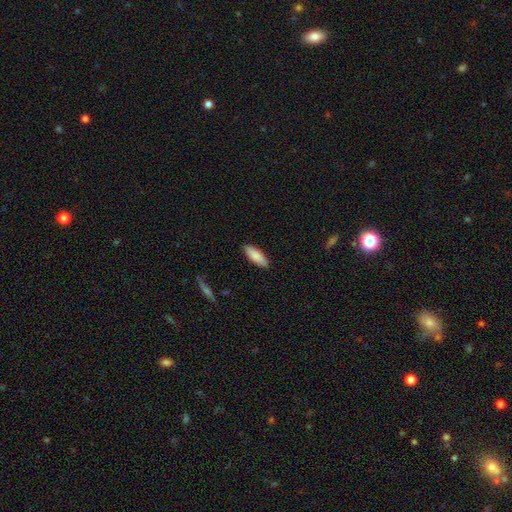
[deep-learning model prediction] The model was most divided on "how rounded": in between: 65%, cigar-shaped: 34%, round: 2%. More confident: merging — none (89%); smooth or featured — smooth (86%).